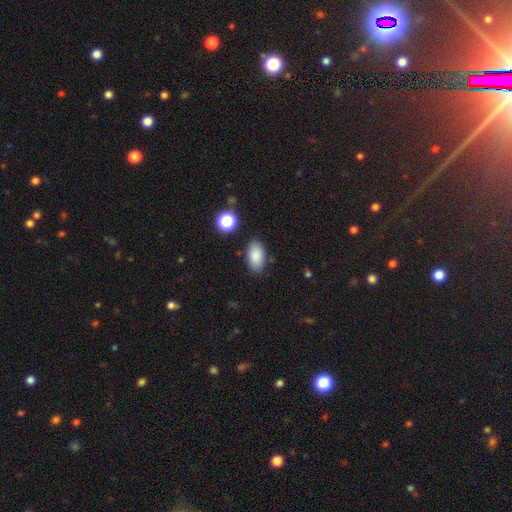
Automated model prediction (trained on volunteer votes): smooth_or_featured: smooth (p=0.86) [alt: star or artifact p=0.08]
how_rounded: in between (p=0.93) [alt: round p=0.06]
merging: none (p=0.84) [alt: minor disturbance p=0.11]